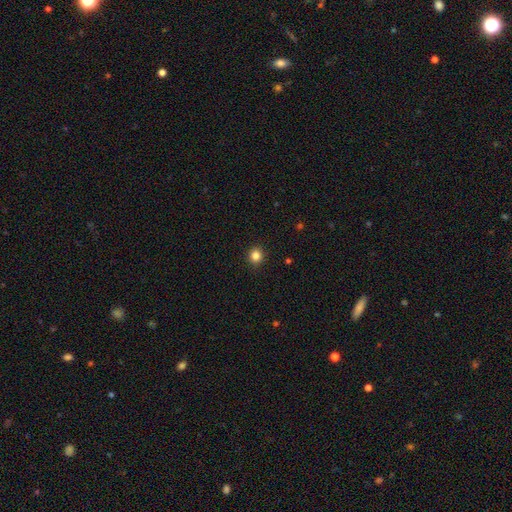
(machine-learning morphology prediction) This is clearly a smooth galaxy (84%). How rounded: clearly round (89%). Merging: clearly none (92%).